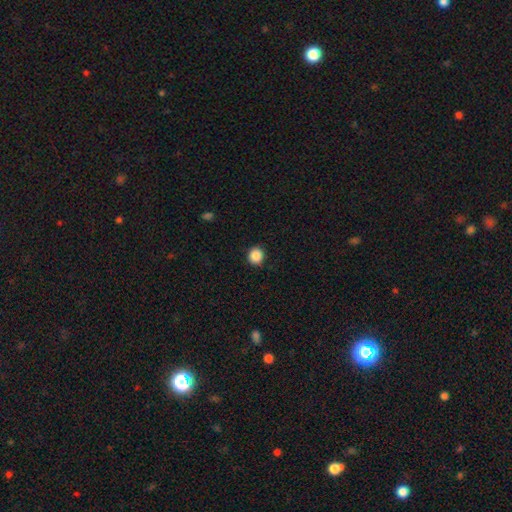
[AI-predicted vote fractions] smooth 87%, star or artifact 9%, featured or disk 3%. Down the decision tree: how rounded — round (90%); merging — none (91%).